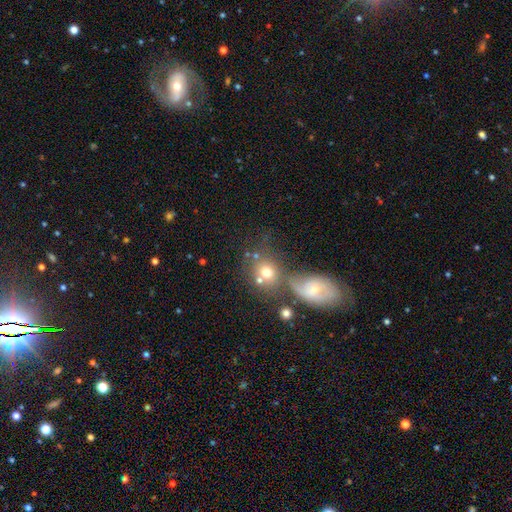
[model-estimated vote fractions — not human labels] A smooth galaxy with no disk features (45%).

Vote fractions:
- Smooth or featured? smooth: 45% / featured or disk: 30% / star or artifact: 25%
- Merging? none: 43% / merger: 39% / minor disturbance: 11% / major disturbance: 7%